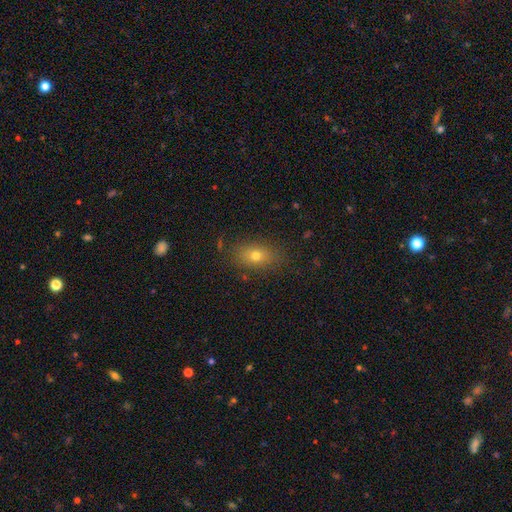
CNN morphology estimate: smooth-or-featured: smooth: 71% | featured or disk: 16% | star or artifact: 14%
  how-rounded: in between: 78% | round: 18% | cigar-shaped: 4%
  merging: none: 83% | minor disturbance: 12% | major disturbance: 4% | merger: 2%